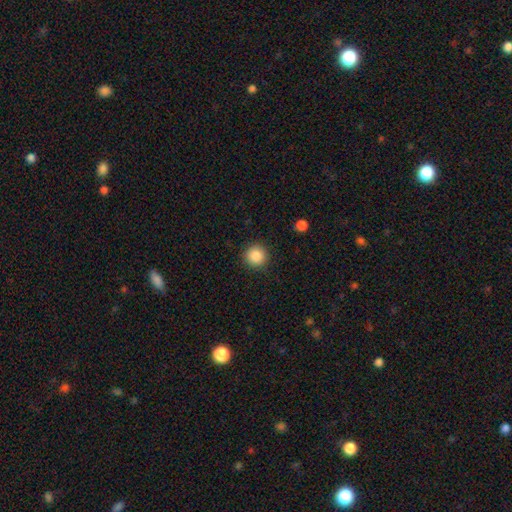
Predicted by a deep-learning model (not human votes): Q: Smooth or featured?
A: smooth (87%); runner-up: star or artifact (9%)
Q: How rounded?
A: round (94%); runner-up: in between (5%)
Q: Merging?
A: none (91%); runner-up: minor disturbance (6%)